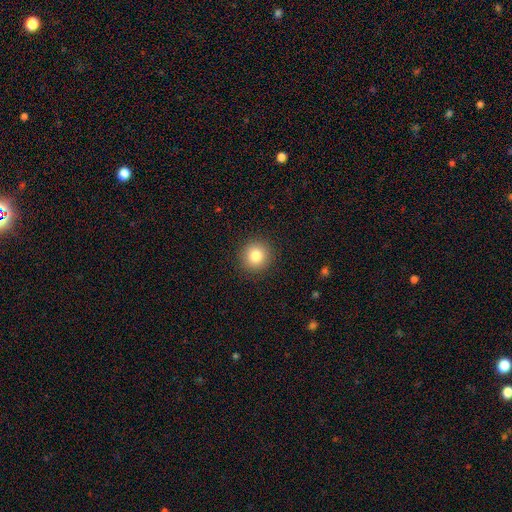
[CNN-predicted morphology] The model was most divided on "smooth or featured": smooth: 83%, star or artifact: 10%, featured or disk: 7%. More confident: how rounded — round (93%); merging — none (92%).